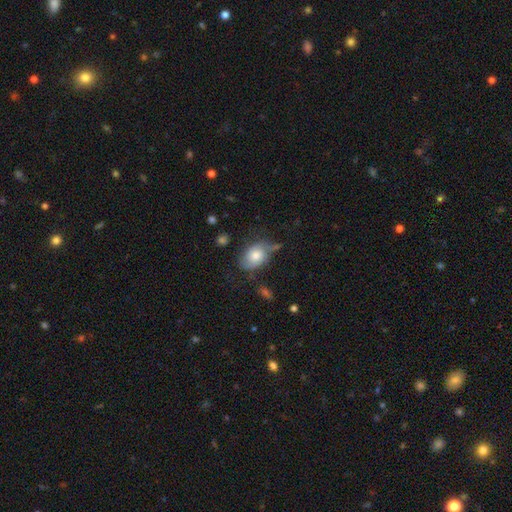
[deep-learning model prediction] Q: Smooth or featured?
A: smooth (52%); runner-up: featured or disk (40%)
Q: How rounded?
A: in between (79%); runner-up: round (20%)
Q: Merging?
A: none (49%); runner-up: minor disturbance (31%)